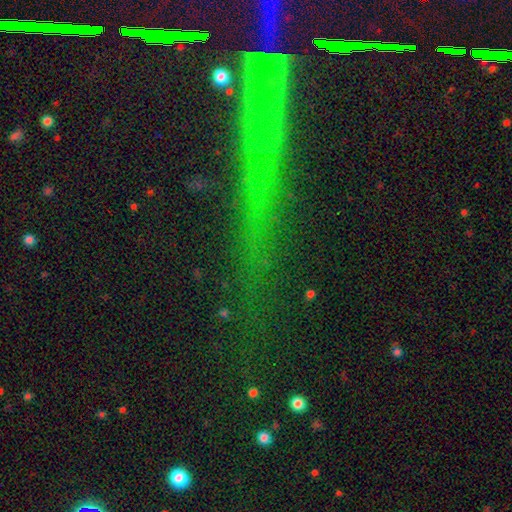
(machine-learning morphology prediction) A star or artifact, not a galaxy (53%).

Vote fractions:
- Smooth or featured? star or artifact: 53% / featured or disk: 24% / smooth: 23%